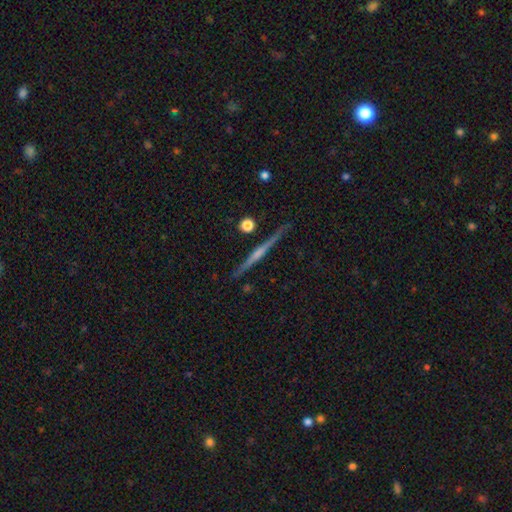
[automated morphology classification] This is likely a featured or disk galaxy (76%). It is clearly viewed edge-on (98%). Edge-on bulge: possibly rounded (55%). Merging: clearly none (90%).